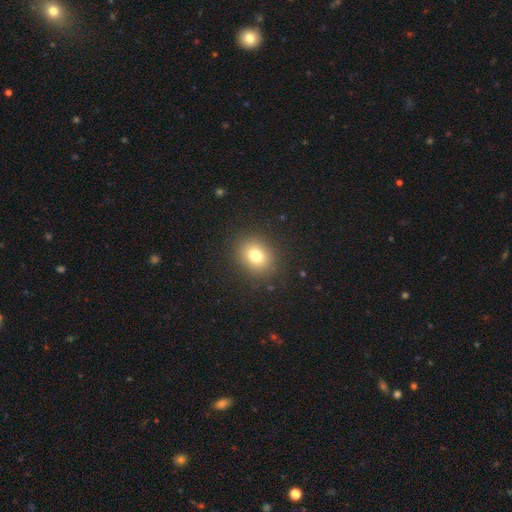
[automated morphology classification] The model was most divided on "how rounded": round: 64%, in between: 35%, cigar-shaped: 1%. More confident: merging — none (88%); smooth or featured — smooth (77%).